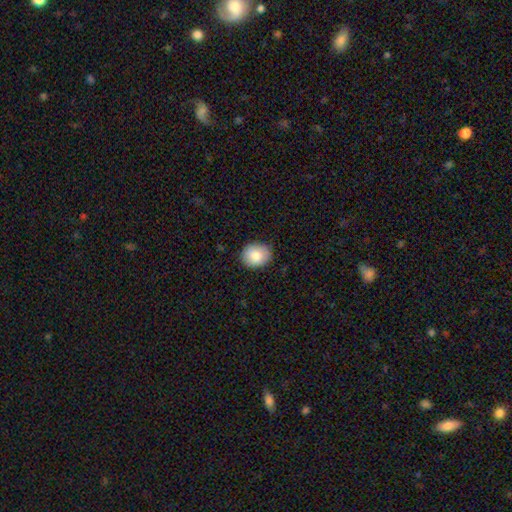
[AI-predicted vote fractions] A smooth galaxy with no disk features (85%) that is round (62%). Merging: none (86%).